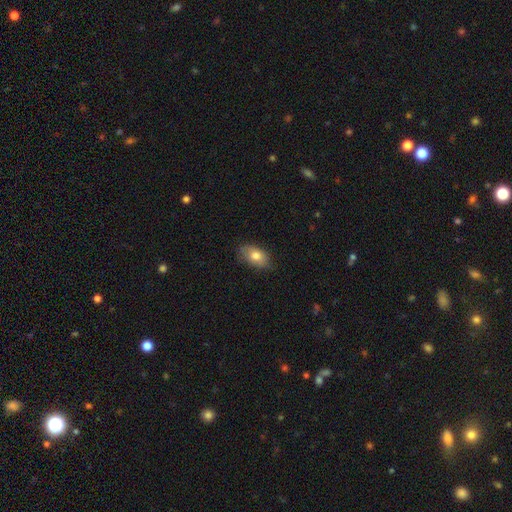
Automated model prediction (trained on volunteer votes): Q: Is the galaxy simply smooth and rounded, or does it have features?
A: smooth — 78%.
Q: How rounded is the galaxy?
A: in between — 89%.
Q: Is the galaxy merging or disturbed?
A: none — 76%.